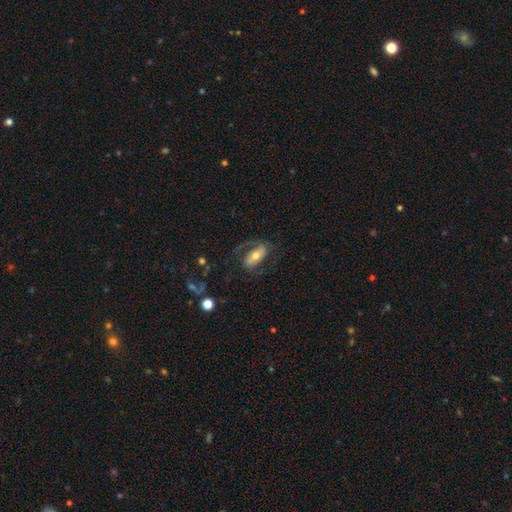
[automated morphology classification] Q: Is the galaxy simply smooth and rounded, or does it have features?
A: featured or disk — 58%.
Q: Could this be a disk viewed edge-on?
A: no — 90%.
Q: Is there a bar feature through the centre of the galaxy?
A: no — 41%.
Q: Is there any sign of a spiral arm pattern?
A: yes — 75%.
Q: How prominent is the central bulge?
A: moderate — 62%.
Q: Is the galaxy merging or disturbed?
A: none — 57%.